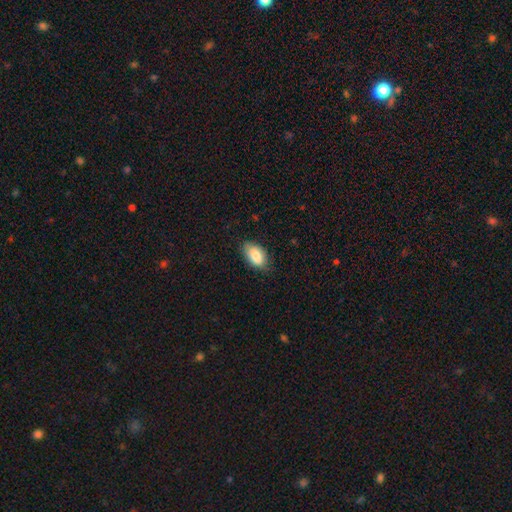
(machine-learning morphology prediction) This is clearly a smooth galaxy (83%). How rounded: clearly in between (93%). Merging: likely none (78%).